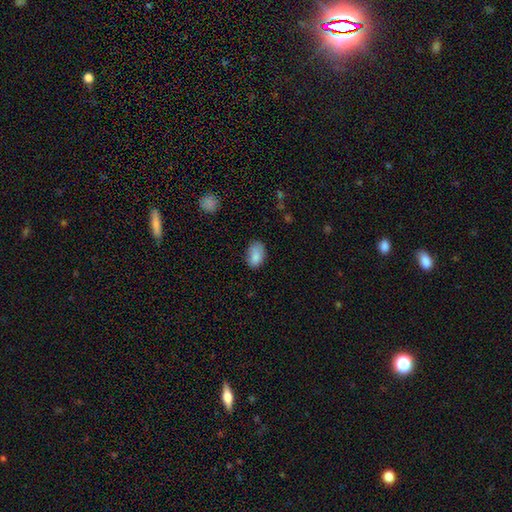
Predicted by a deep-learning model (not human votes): smooth-or-featured: smooth: 86% | star or artifact: 8% | featured or disk: 6%
  how-rounded: in between: 90% | round: 9% | cigar-shaped: 2%
  merging: none: 70% | minor disturbance: 24% | major disturbance: 5% | merger: 2%